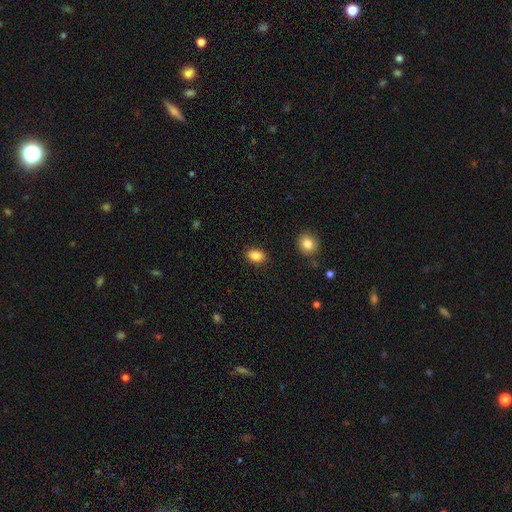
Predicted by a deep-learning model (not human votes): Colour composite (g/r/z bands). It shows a smooth galaxy with no disk features (87%) that is in between round and cigar-shaped (81%). Merging: none (88%).